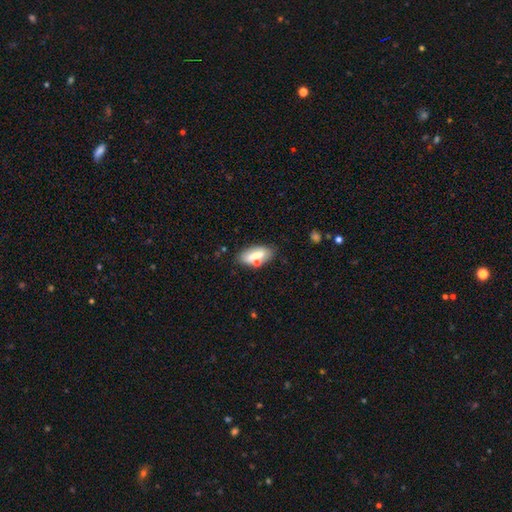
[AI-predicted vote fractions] Smooth or featured?
  - smooth: 68% *
  - featured or disk: 24%
  - star or artifact: 8%
How rounded?
  - in between: 79% *
  - cigar-shaped: 18%
  - round: 3%
Merging?
  - none: 72% *
  - minor disturbance: 15%
  - merger: 9%
  - major disturbance: 4%